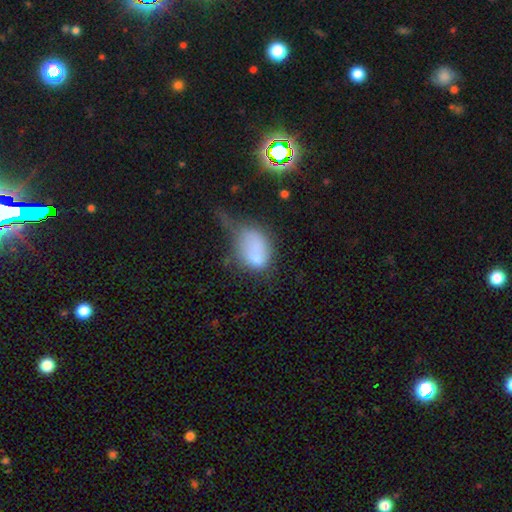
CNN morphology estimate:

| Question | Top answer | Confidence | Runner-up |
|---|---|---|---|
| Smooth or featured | smooth | 69% | featured or disk (17%) |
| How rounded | in between | 79% | round (19%) |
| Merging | major disturbance | 39% | minor disturbance (27%) |